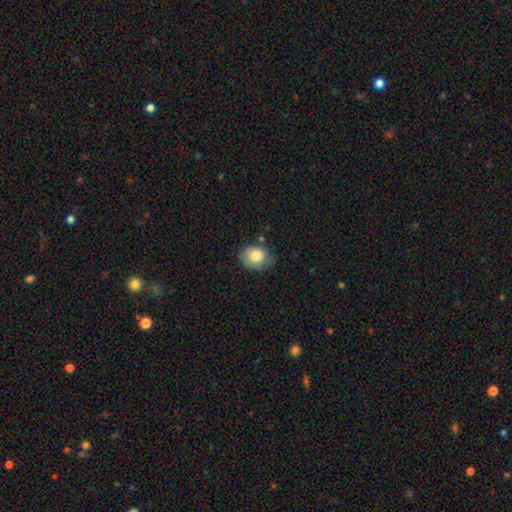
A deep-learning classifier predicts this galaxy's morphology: Smooth or featured?
  - smooth: 79% *
  - featured or disk: 14%
  - star or artifact: 8%
How rounded?
  - in between: 55% *
  - round: 44%
  - cigar-shaped: 1%
Merging?
  - none: 60% *
  - minor disturbance: 30%
  - major disturbance: 7%
  - merger: 3%